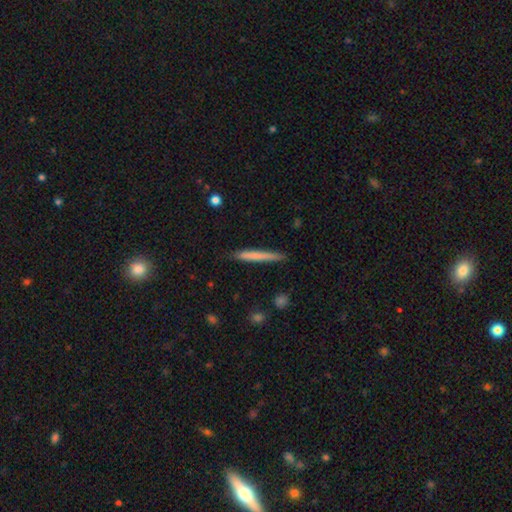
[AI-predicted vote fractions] This appears to be a smooth galaxy with no disk features (68%) that is cigar-shaped (97%). Merging: none (87%).